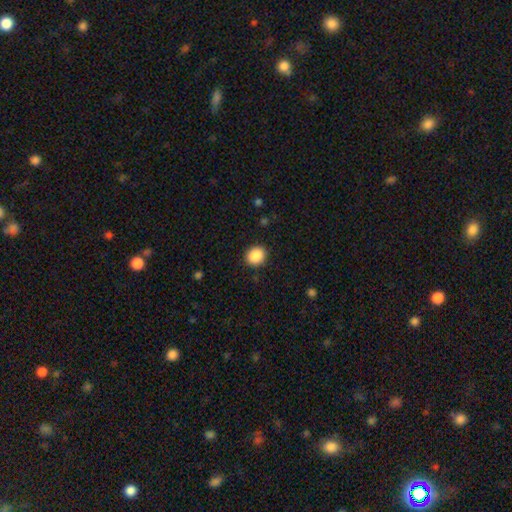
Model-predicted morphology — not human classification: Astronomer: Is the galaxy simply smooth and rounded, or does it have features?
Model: smooth — 88%.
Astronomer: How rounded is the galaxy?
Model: round — 75%.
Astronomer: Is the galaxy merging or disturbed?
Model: none — 90%.